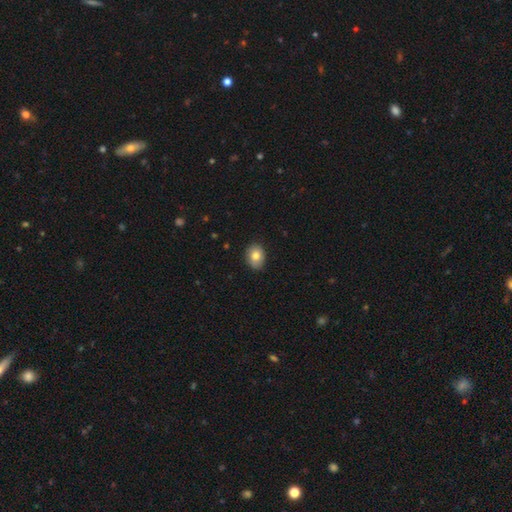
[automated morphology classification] Overall: smooth (80%). How rounded: in between (60%; round 39%). Merging: none (87%).